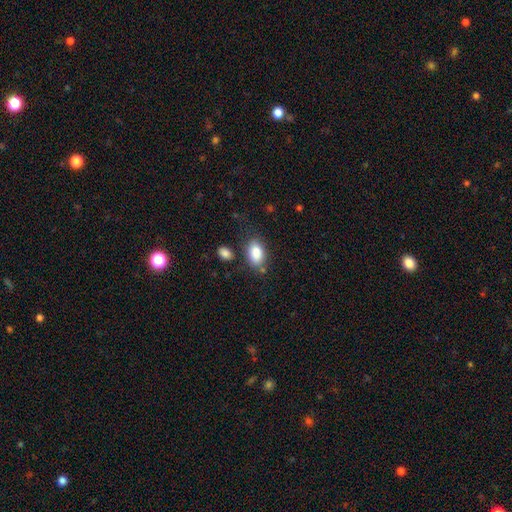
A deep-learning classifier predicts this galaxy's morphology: A smooth galaxy with no disk features (86%) that is in between round and cigar-shaped (88%).

Vote fractions:
- Smooth or featured? smooth: 86% / star or artifact: 8% / featured or disk: 7%
- How rounded? in between: 88% / round: 10% / cigar-shaped: 2%
- Merging? none: 71% / minor disturbance: 17% / merger: 7% / major disturbance: 5%